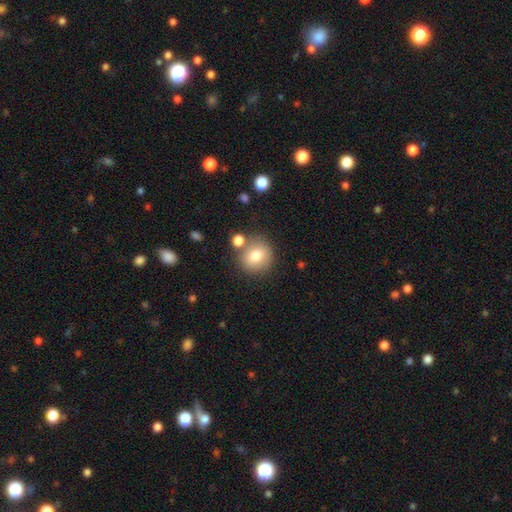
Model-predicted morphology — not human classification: A smooth galaxy with no disk features (77%) that is round (88%). Merging: none (72%).